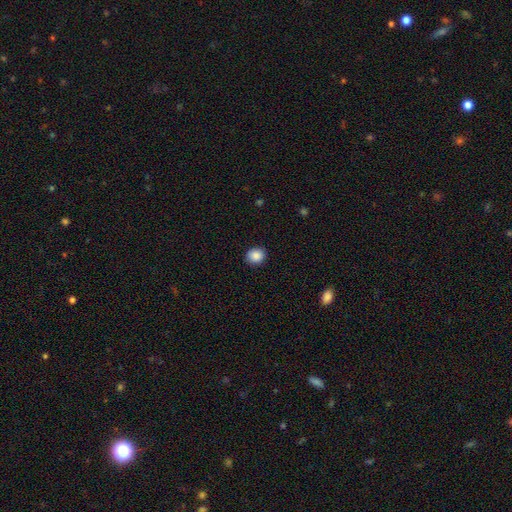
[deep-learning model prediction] Morphology: type=smooth (88%); roundness=round (72%); merging=none (90%).